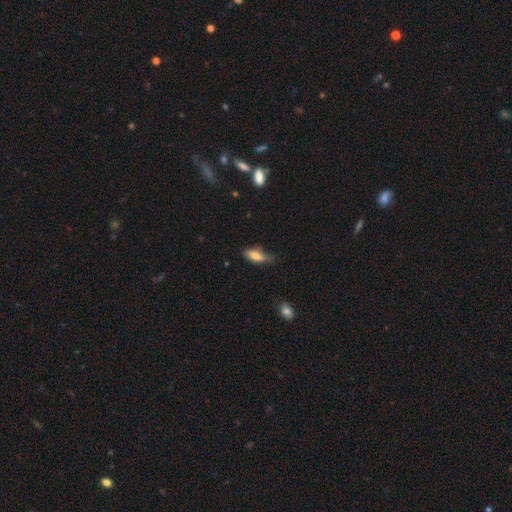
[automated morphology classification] Smooth or featured? smooth (70%)
How rounded? in between (75%)
Merging? none (43%)